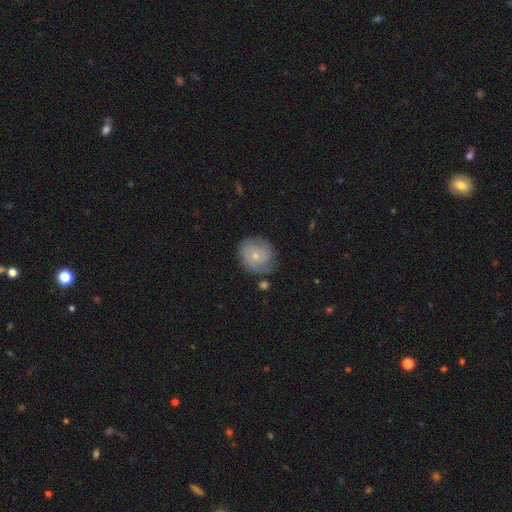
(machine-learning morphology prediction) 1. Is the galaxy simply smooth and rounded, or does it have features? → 59% smooth, 33% featured or disk, 8% star or artifact.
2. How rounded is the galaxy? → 83% round, 16% in between, 1% cigar-shaped.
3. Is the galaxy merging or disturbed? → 68% none, 22% minor disturbance, 7% major disturbance, 3% merger.